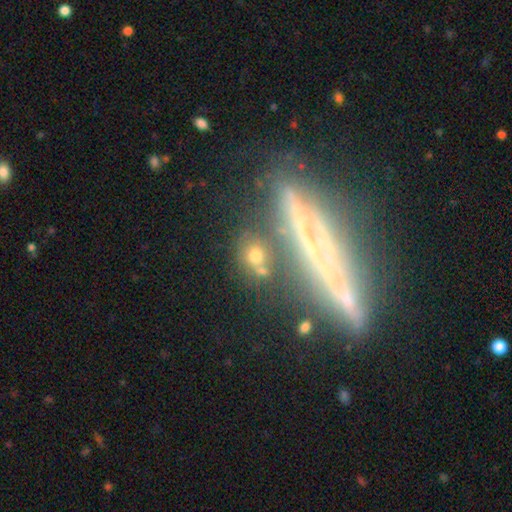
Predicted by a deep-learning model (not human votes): Overall: smooth (55%; featured or disk 24%). How rounded: round (64%; in between 24%). Merging: none (70%).